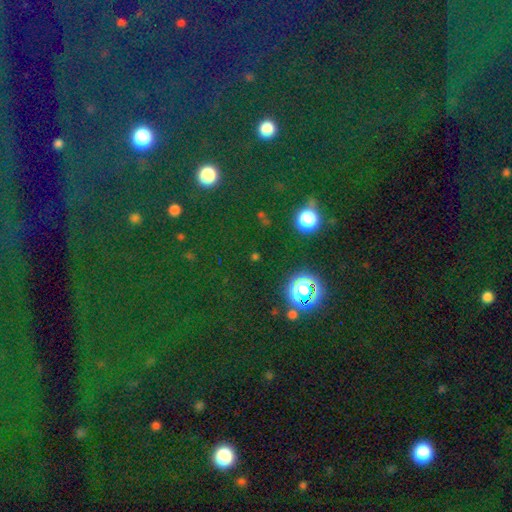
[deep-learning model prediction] The model was most divided on "smooth or featured": star or artifact: 74%, smooth: 18%, featured or disk: 8%.